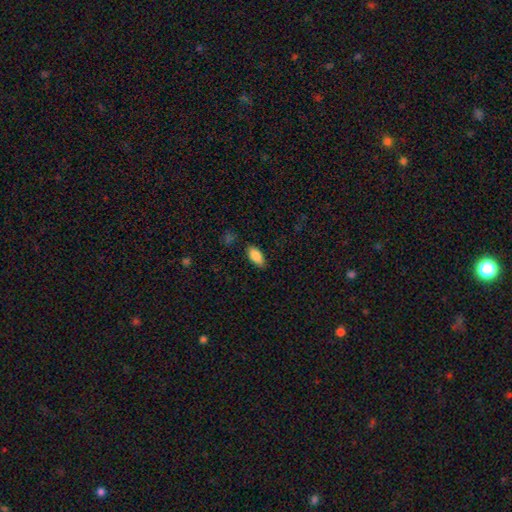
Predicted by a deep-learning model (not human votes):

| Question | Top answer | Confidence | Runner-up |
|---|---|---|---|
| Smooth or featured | smooth | 87% | star or artifact (7%) |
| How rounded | in between | 90% | cigar-shaped (7%) |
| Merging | none | 84% | minor disturbance (12%) |